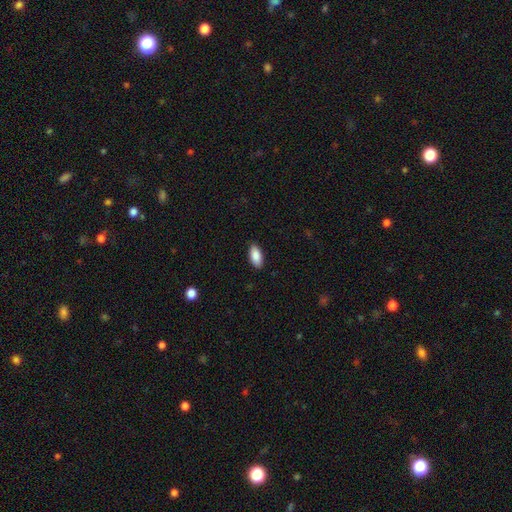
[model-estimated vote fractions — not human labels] Q: Smooth or featured?
A: smooth (88%); runner-up: star or artifact (6%)
Q: How rounded?
A: in between (91%); runner-up: cigar-shaped (7%)
Q: Merging?
A: none (89%); runner-up: minor disturbance (8%)